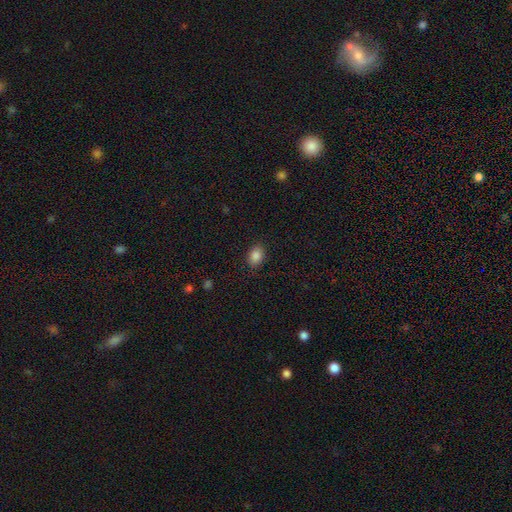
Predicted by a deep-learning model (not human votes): A smooth galaxy with no disk features (86%) that is in between round and cigar-shaped (71%). Merging: none (87%).